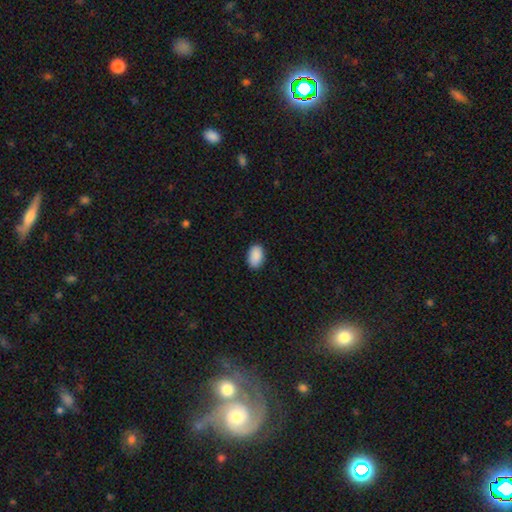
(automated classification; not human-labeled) The model was most divided on "merging": none: 88%, minor disturbance: 9%, major disturbance: 2%, merger: 1%. More confident: how rounded — in between (92%); smooth or featured — smooth (90%).